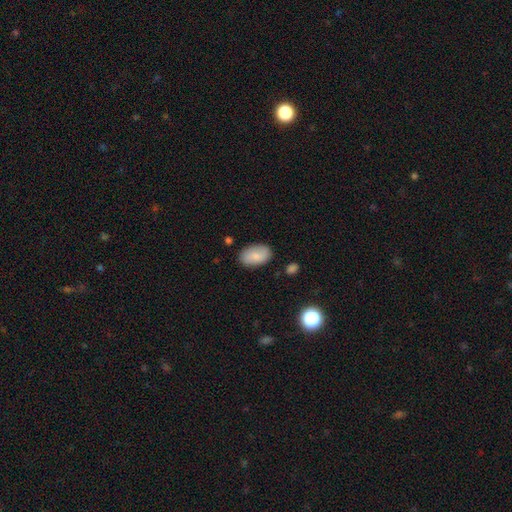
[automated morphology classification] Smooth or featured: smooth — 81% (featured or disk — 13%)
How rounded: in between — 93% (round — 6%)
Merging: none — 84% (minor disturbance — 12%)